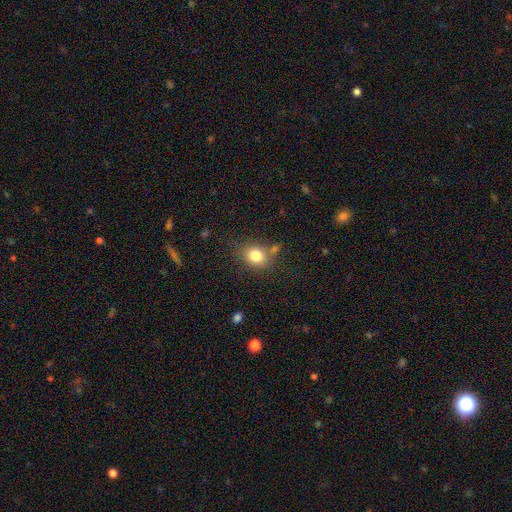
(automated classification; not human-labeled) This appears to be a smooth galaxy with no disk features (81%) that is round (57%). Merging: none (70%).